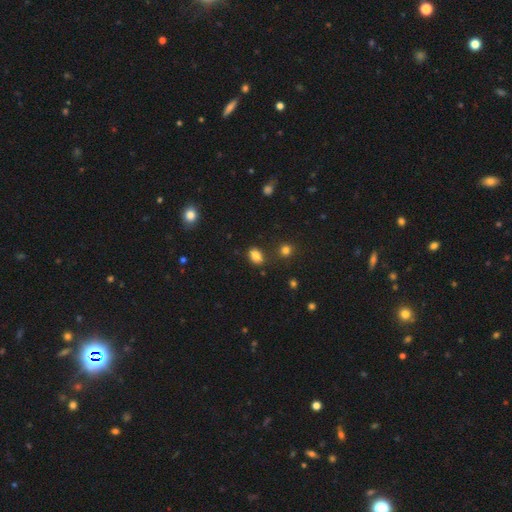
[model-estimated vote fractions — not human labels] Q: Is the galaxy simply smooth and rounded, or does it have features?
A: smooth — 85%.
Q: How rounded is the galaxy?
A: in between — 82%.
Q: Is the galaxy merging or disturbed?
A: none — 81%.